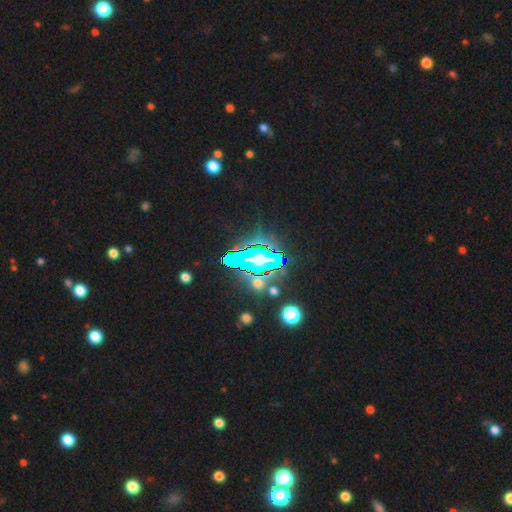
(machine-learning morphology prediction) Q: Smooth or featured?
A: star or artifact (82%); runner-up: smooth (9%)